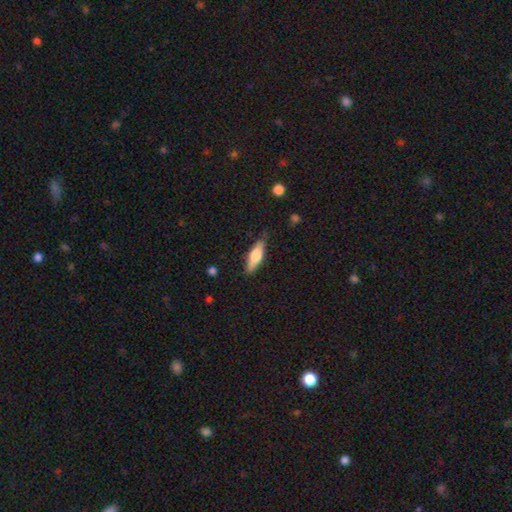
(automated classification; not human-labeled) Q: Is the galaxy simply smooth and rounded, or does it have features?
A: smooth — 58%.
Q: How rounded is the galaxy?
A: in between — 49%.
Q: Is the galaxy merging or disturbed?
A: none — 82%.